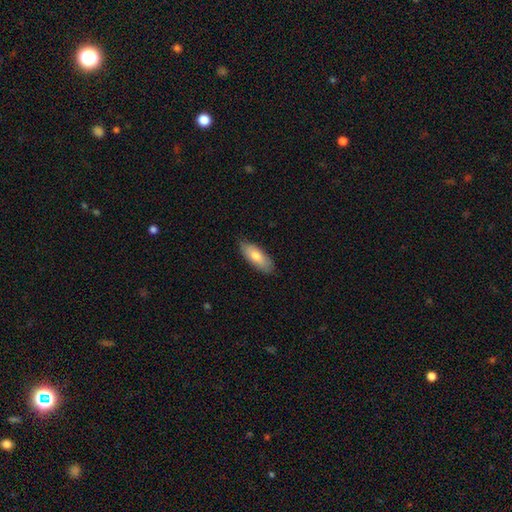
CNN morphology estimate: This is likely a smooth galaxy (76%). How rounded: likely in between (73%). Merging: clearly none (83%).